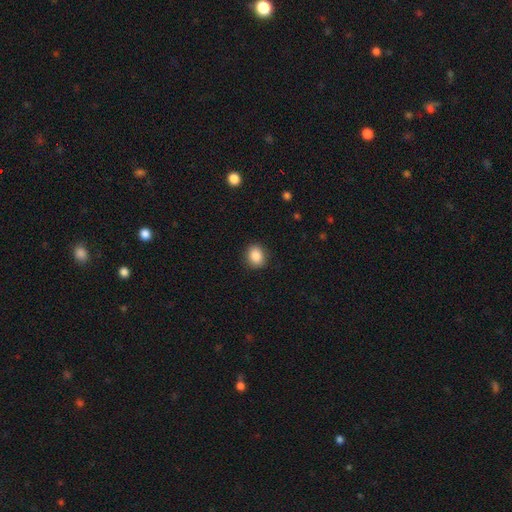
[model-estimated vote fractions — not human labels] smooth_or_featured: smooth (p=0.87) [alt: star or artifact p=0.09]
how_rounded: round (p=0.58) [alt: in between p=0.41]
merging: none (p=0.89) [alt: minor disturbance p=0.08]